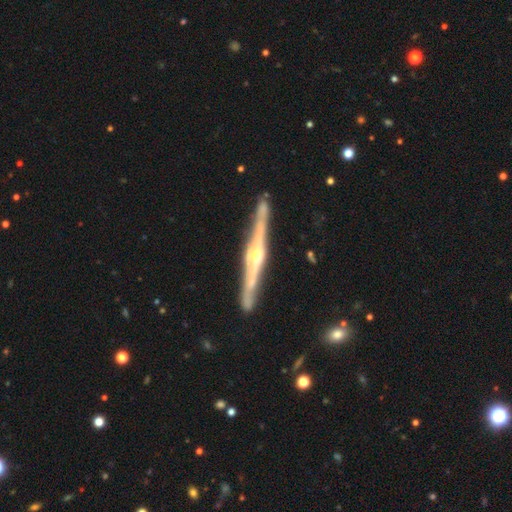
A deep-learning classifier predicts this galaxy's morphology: type=featured or disk (87%); edge-on=yes (98%); edge-on bulge=rounded (75%); merging=none (88%).